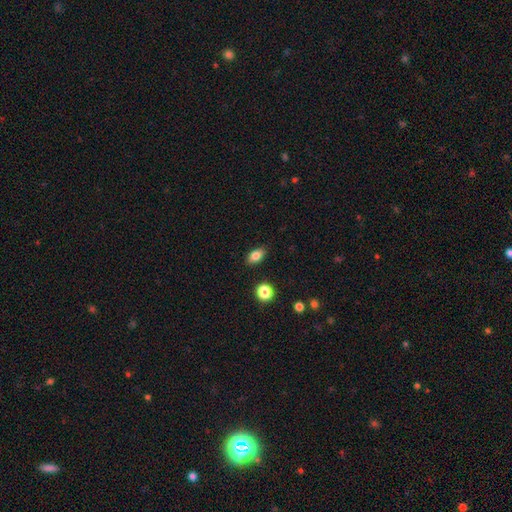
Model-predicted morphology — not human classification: Smooth or featured: smooth — 81% (star or artifact — 10%)
How rounded: in between — 86% (round — 10%)
Merging: none — 88% (minor disturbance — 9%)